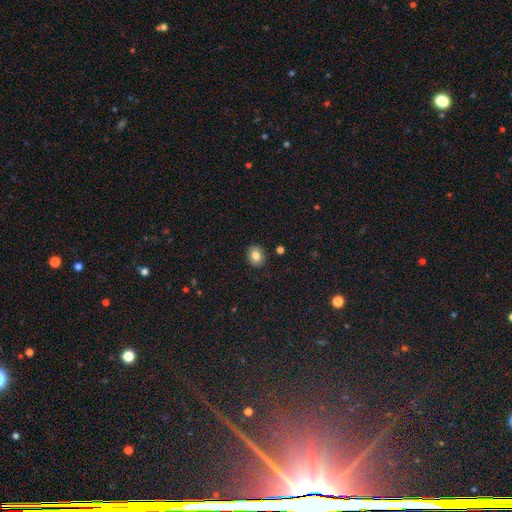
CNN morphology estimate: A smooth galaxy with no disk features (79%) that is round (61%). Merging: none (89%).